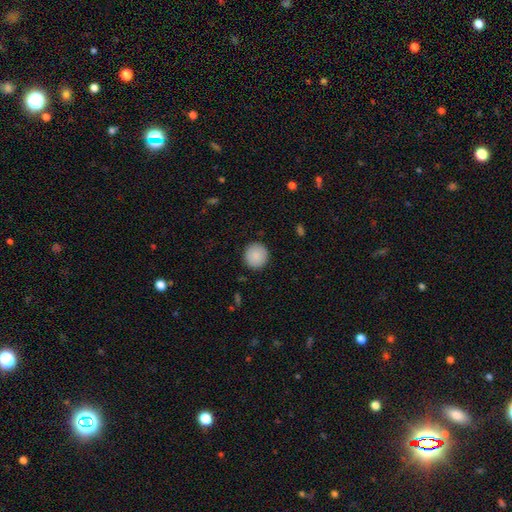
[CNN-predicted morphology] smooth-or-featured: smooth: 88% | star or artifact: 7% | featured or disk: 4%
  how-rounded: round: 94% | in between: 5% | cigar-shaped: 1%
  merging: none: 92% | minor disturbance: 6% | major disturbance: 2% | merger: 1%